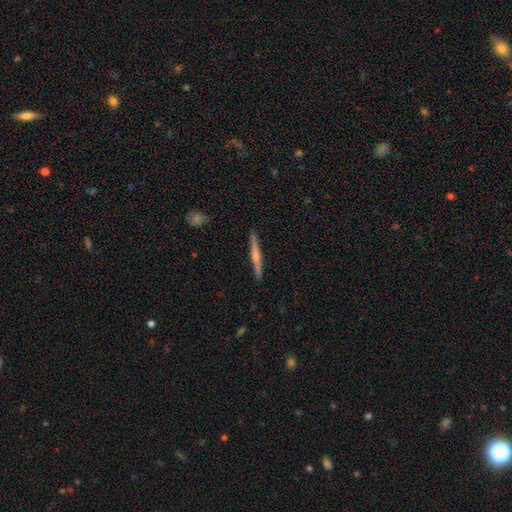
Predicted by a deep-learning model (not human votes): Smooth or featured? featured or disk (58%)
Edge-on disk? yes (98%)
Edge-on bulge? rounded (57%)
Merging? none (91%)